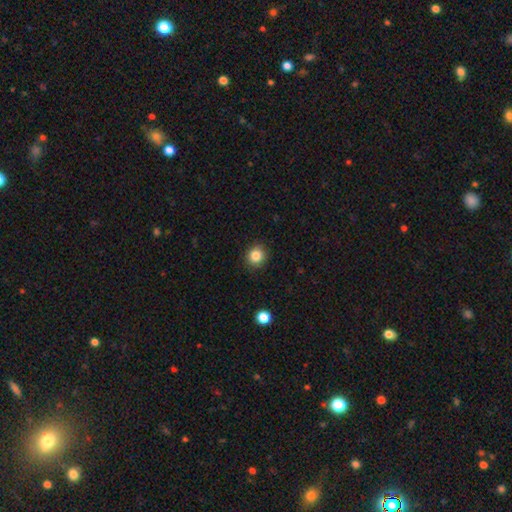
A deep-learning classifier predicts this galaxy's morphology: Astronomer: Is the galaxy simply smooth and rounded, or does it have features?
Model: smooth — 84%.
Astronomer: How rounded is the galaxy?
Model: round — 87%.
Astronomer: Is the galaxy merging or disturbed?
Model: none — 91%.